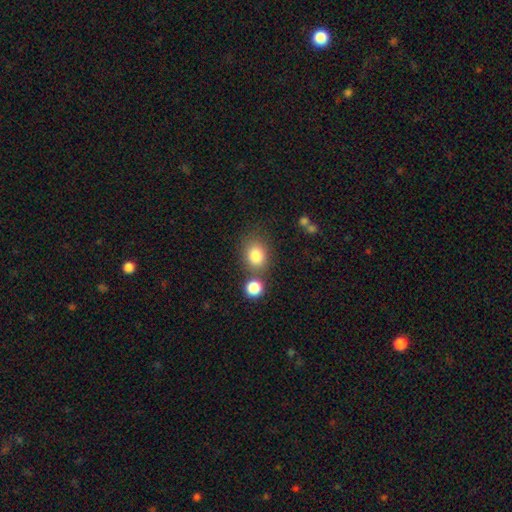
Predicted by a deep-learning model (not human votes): smooth 83%, star or artifact 10%, featured or disk 7%. Down the decision tree: how rounded — round (51%); merging — none (63%).